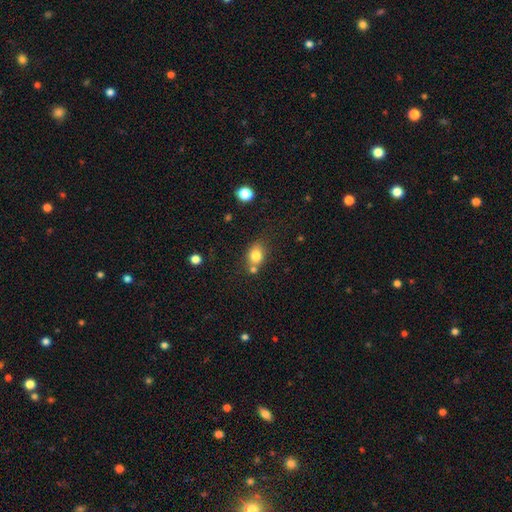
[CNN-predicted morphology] Smooth or featured? smooth (79%)
How rounded? in between (53%)
Merging? none (61%)